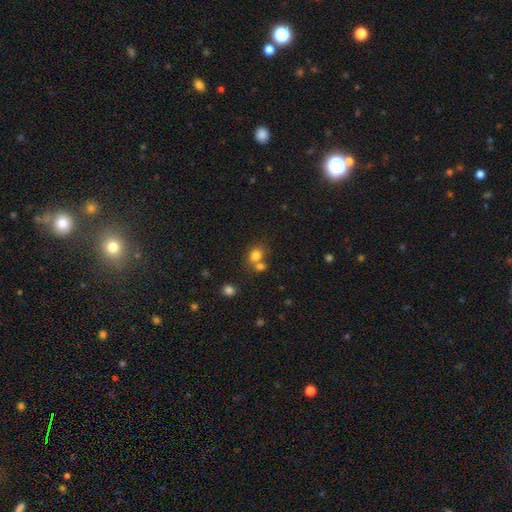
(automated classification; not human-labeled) smooth 79%, star or artifact 12%, featured or disk 9%. Down the decision tree: how rounded — round (50%); merging — none (44%).